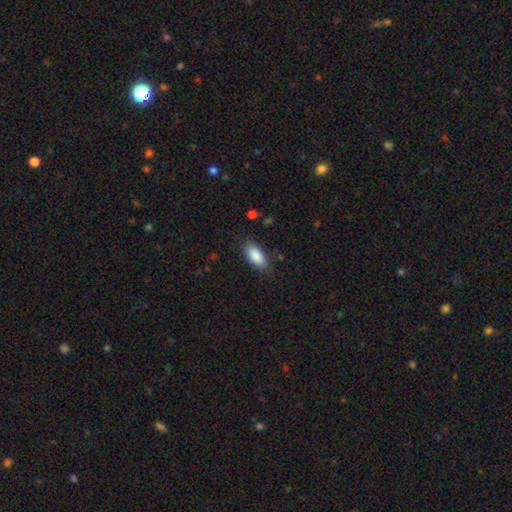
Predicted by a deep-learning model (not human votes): smooth 88%, star or artifact 6%, featured or disk 6%. Down the decision tree: how rounded — in between (90%); merging — none (81%).